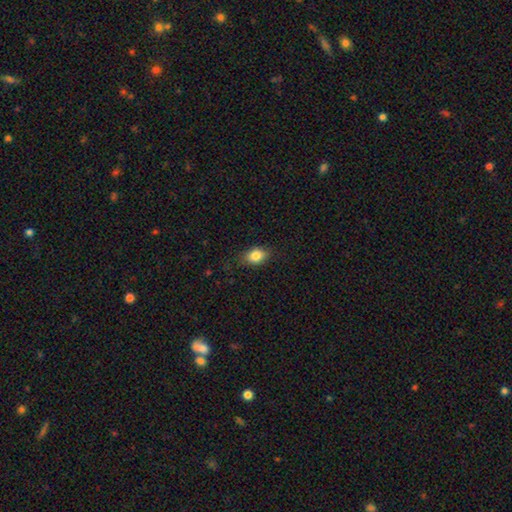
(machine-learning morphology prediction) A smooth galaxy with no disk features (83%) that is in between round and cigar-shaped (71%). Merging: none (80%).